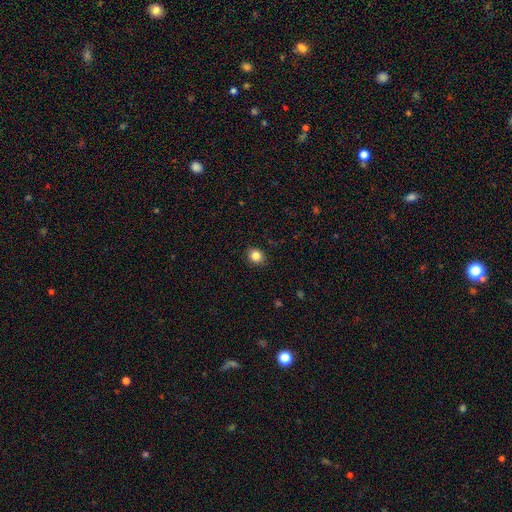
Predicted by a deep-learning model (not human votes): Smooth or featured: smooth — 85% (star or artifact — 10%)
How rounded: round — 69% (in between — 31%)
Merging: none — 89% (minor disturbance — 8%)